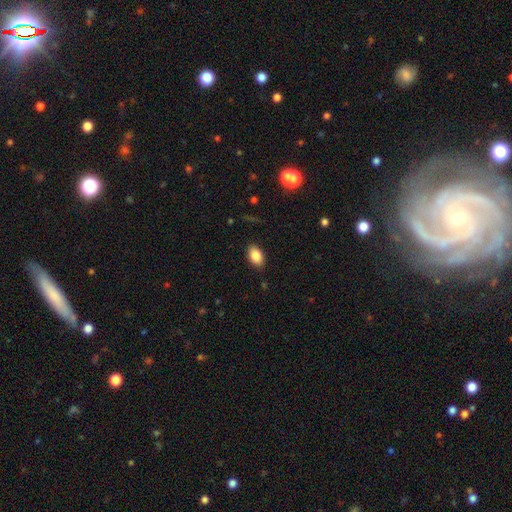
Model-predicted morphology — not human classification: Overall: smooth (86%). How rounded: in between (91%). Merging: none (87%).